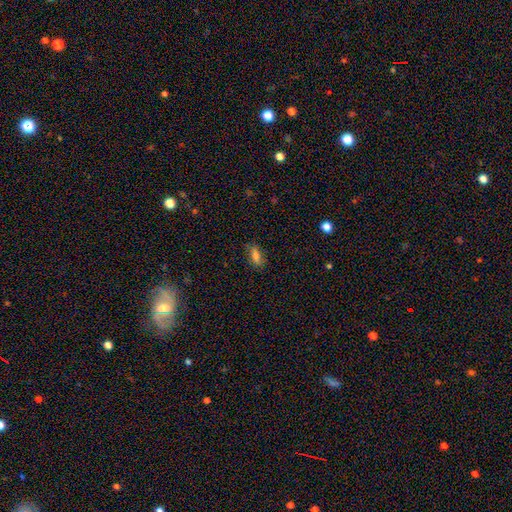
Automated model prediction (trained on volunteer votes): The model was most divided on "how rounded": in between: 76%, cigar-shaped: 19%, round: 5%. More confident: merging — none (77%); smooth or featured — smooth (73%).